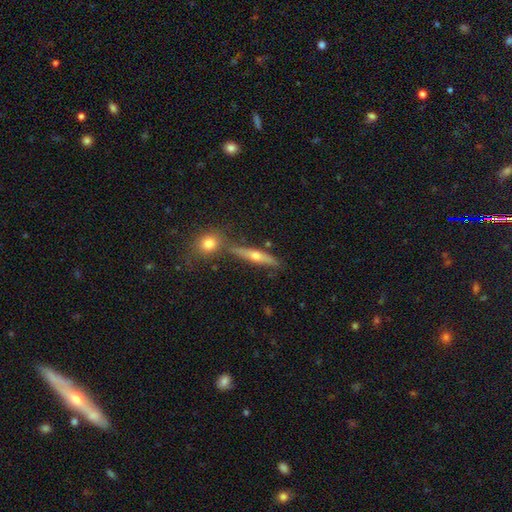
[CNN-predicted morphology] Smooth or featured?
  - featured or disk: 67% *
  - smooth: 24%
  - star or artifact: 8%
Edge-on disk?
  - yes: 94% *
  - no: 6%
Edge-on bulge?
  - rounded: 91% *
  - none: 6%
  - boxy: 3%
Merging?
  - none: 76% *
  - minor disturbance: 10%
  - merger: 10%
  - major disturbance: 3%